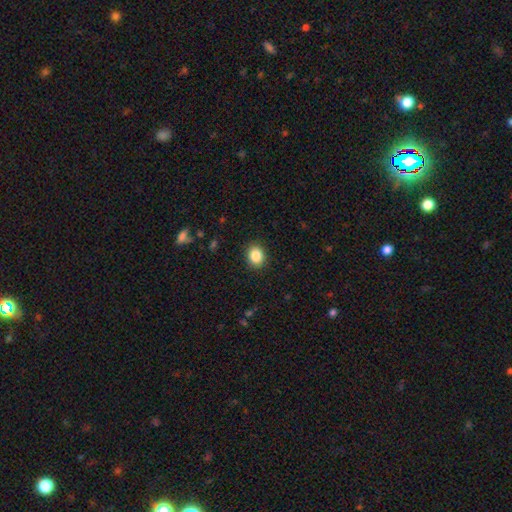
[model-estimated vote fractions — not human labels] smooth-or-featured: smooth: 86% | star or artifact: 10% | featured or disk: 5%
  how-rounded: round: 61% | in between: 38% | cigar-shaped: 1%
  merging: none: 90% | minor disturbance: 7% | major disturbance: 2% | merger: 1%